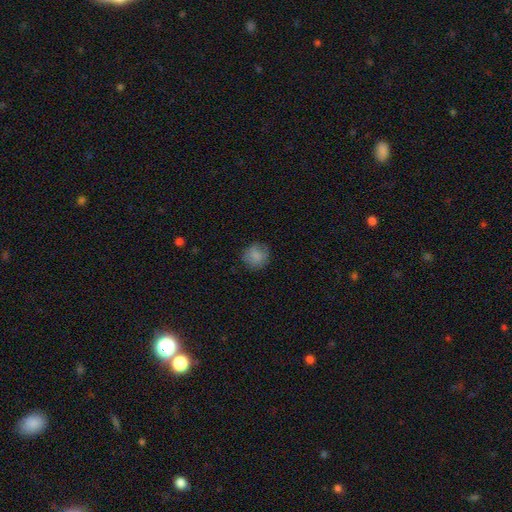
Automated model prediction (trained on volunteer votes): The model was most divided on "merging": none: 80%, minor disturbance: 14%, major disturbance: 4%, merger: 1%. More confident: how rounded — round (86%); smooth or featured — smooth (82%).